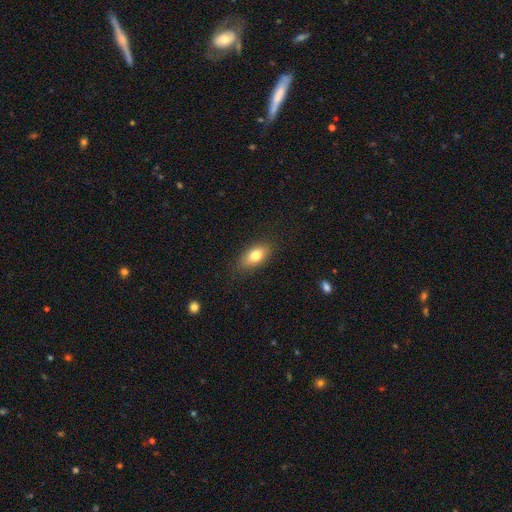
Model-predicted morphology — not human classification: A smooth galaxy with no disk features (77%) that is in between round and cigar-shaped (86%). Merging: none (85%).